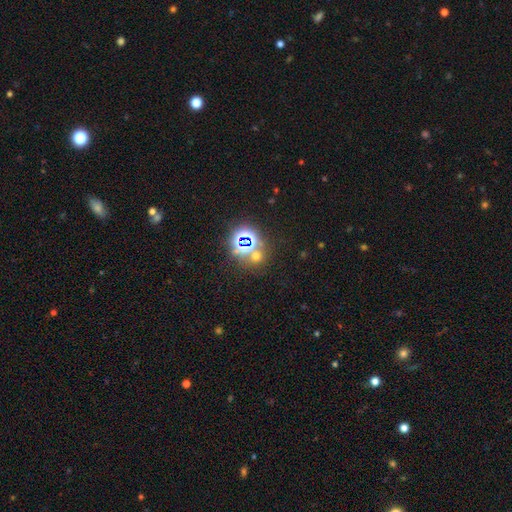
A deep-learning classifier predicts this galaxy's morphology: Smooth or featured?
  - star or artifact: 54% *
  - smooth: 37%
  - featured or disk: 8%